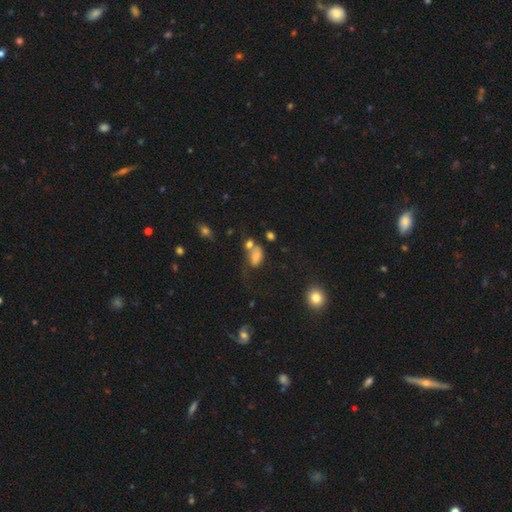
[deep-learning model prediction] Smooth or featured?
  - smooth: 69% *
  - featured or disk: 18%
  - star or artifact: 13%
How rounded?
  - in between: 87% *
  - round: 10%
  - cigar-shaped: 3%
Merging?
  - none: 29% *
  - merger: 28%
  - major disturbance: 23%
  - minor disturbance: 21%